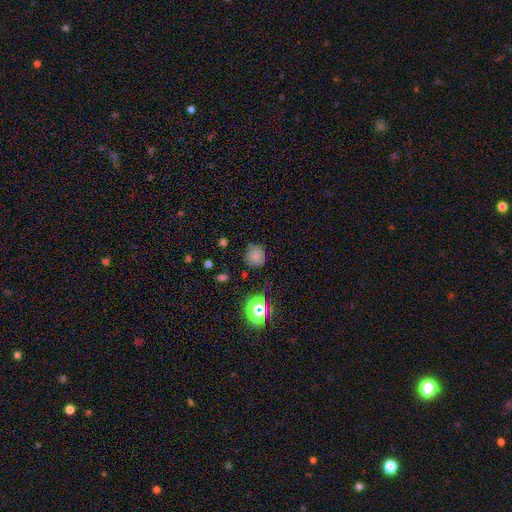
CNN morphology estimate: A smooth galaxy with no disk features (73%) that is round (90%).

Vote fractions:
- Smooth or featured? smooth: 73% / star or artifact: 18% / featured or disk: 8%
- How rounded? round: 90% / in between: 9% / cigar-shaped: 1%
- Merging? none: 77% / minor disturbance: 16% / major disturbance: 4% / merger: 3%